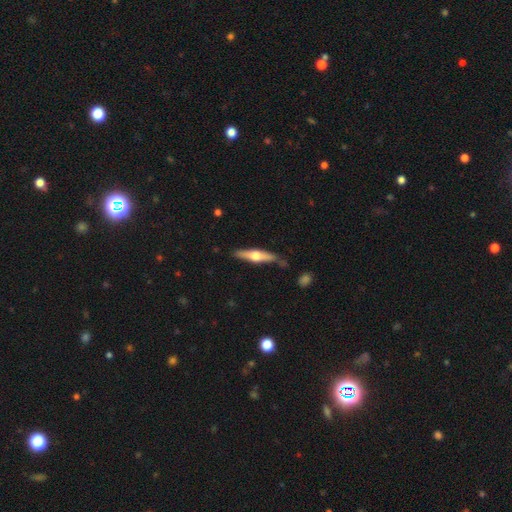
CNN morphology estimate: This is likely a featured or disk galaxy (60%). It is clearly viewed edge-on (95%). Edge-on bulge: clearly rounded (94%). Merging: clearly none (80%).